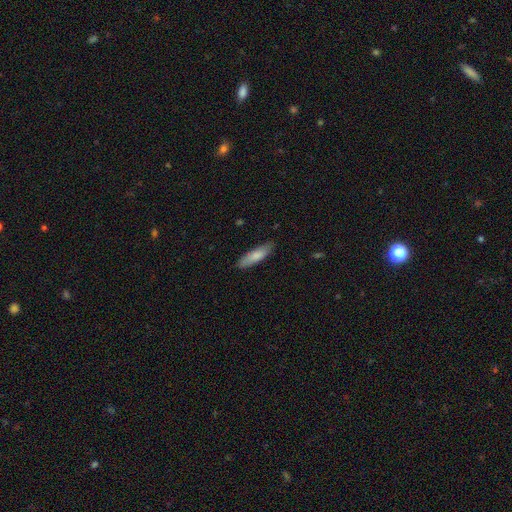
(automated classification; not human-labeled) smooth_or_featured: smooth (p=0.81) [alt: featured or disk p=0.14]
how_rounded: cigar-shaped (p=0.65) [alt: in between p=0.34]
merging: none (p=0.83) [alt: minor disturbance p=0.13]